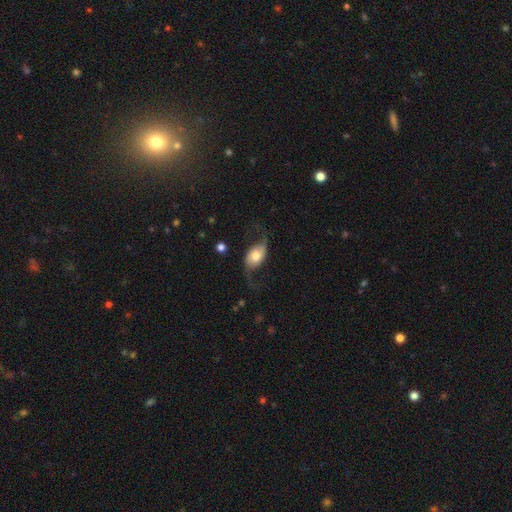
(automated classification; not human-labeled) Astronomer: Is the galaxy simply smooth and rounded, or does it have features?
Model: featured or disk — 74%.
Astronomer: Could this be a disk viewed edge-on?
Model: no — 95%.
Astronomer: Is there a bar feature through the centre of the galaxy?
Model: no — 62%.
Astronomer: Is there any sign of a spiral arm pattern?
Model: yes — 93%.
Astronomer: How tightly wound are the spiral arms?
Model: loose — 89%.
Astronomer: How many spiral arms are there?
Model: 2 — 93%.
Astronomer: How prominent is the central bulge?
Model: moderate — 55%.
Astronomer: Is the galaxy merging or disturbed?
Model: none — 64%.